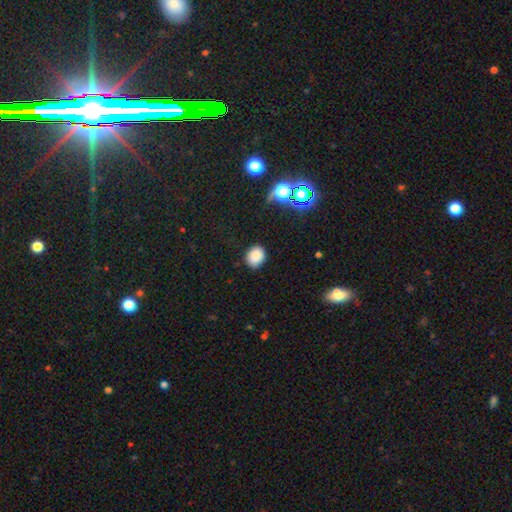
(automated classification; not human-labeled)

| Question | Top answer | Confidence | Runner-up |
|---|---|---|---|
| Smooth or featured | smooth | 85% | star or artifact (11%) |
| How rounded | round | 50% | in between (49%) |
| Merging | none | 84% | minor disturbance (12%) |